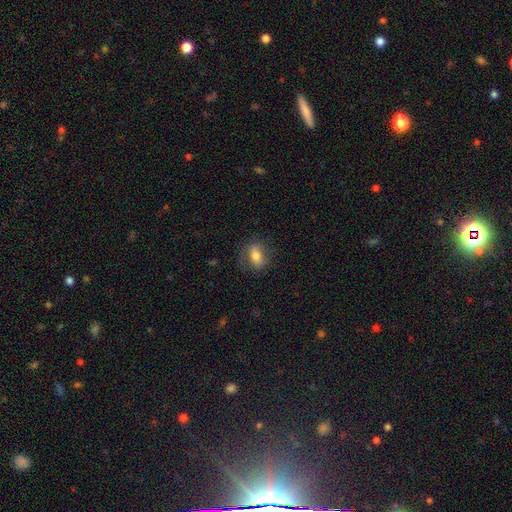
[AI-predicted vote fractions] Smooth or featured: smooth — 65% (featured or disk — 26%)
How rounded: in between — 77% (round — 19%)
Merging: none — 73% (minor disturbance — 17%)